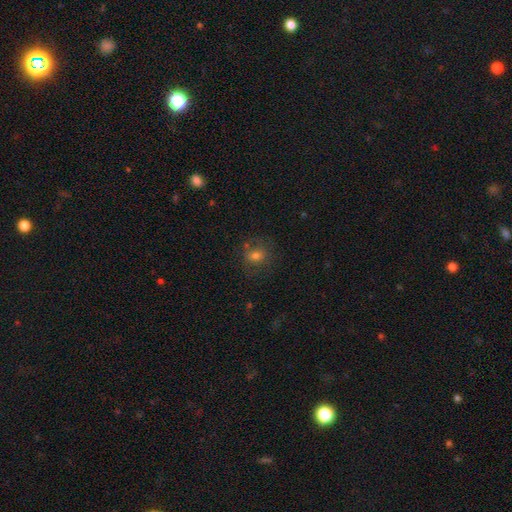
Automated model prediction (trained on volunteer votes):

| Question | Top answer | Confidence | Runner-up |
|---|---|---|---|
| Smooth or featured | smooth | 68% | featured or disk (17%) |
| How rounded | round | 66% | in between (33%) |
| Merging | none | 70% | minor disturbance (17%) |